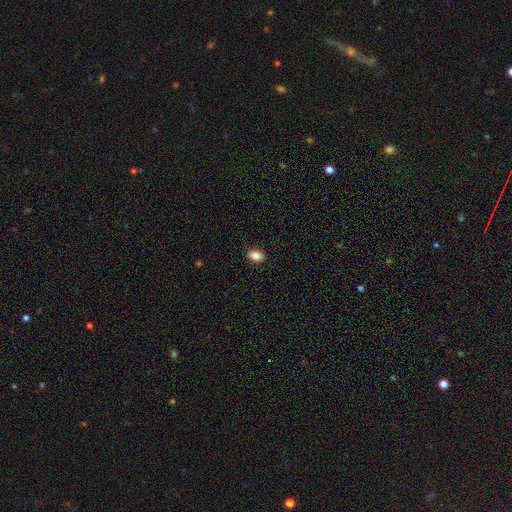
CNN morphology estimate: smooth-or-featured: smooth: 86% | star or artifact: 9% | featured or disk: 5%
  how-rounded: in between: 79% | round: 20% | cigar-shaped: 1%
  merging: none: 90% | minor disturbance: 8% | major disturbance: 2% | merger: 1%